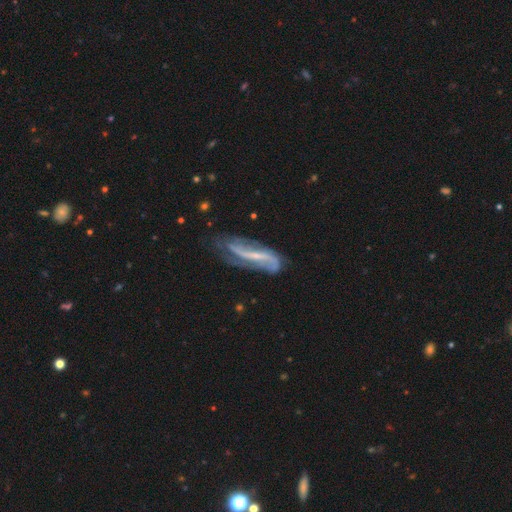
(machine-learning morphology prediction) Q: Smooth or featured?
A: featured or disk (80%); runner-up: smooth (13%)
Q: Edge-on disk?
A: no (81%); runner-up: yes (19%)
Q: Bar?
A: strong (44%); runner-up: weak (33%)
Q: Spiral arms?
A: yes (90%); runner-up: no (10%)
Q: Spiral winding?
A: loose (55%); runner-up: medium (30%)
Q: Spiral arm count?
A: 2 (77%); runner-up: can't tell (11%)
Q: Bulge size?
A: small (59%); runner-up: none (22%)
Q: Merging?
A: none (57%); runner-up: minor disturbance (25%)